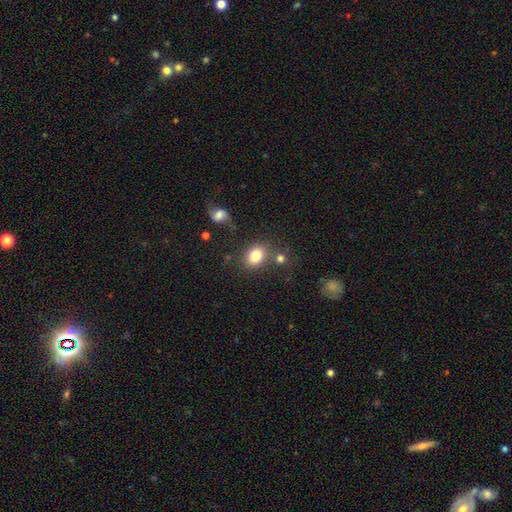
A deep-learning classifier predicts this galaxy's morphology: Smooth or featured? Predicted: smooth (p=0.83). How rounded? Predicted: in between (p=0.60). Merging? Predicted: none (p=0.71).